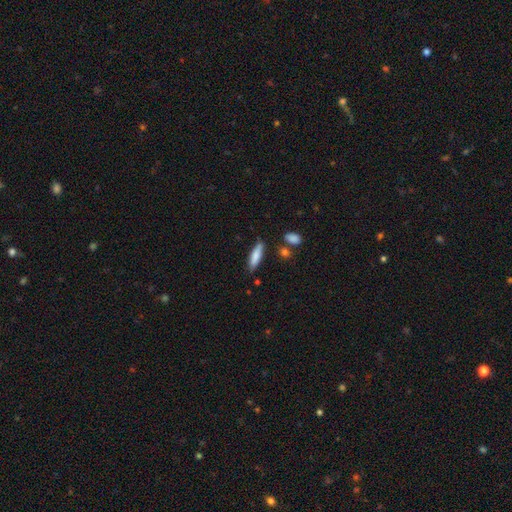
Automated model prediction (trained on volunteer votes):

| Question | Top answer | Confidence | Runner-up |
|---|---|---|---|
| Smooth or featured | smooth | 79% | featured or disk (14%) |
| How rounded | cigar-shaped | 65% | in between (33%) |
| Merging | none | 81% | minor disturbance (13%) |